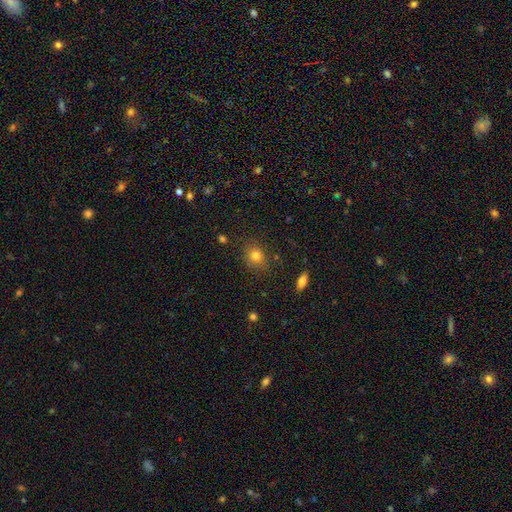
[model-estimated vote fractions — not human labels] A smooth galaxy with no disk features (80%) that is round (61%). Merging: none (82%).